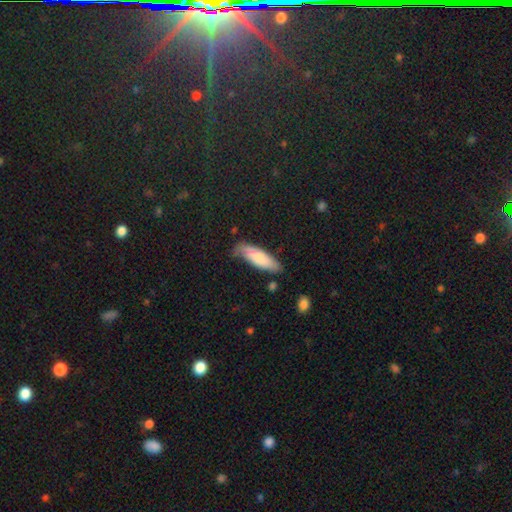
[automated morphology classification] This is likely a smooth galaxy (77%). How rounded: possibly cigar-shaped (53%). Merging: likely none (69%).